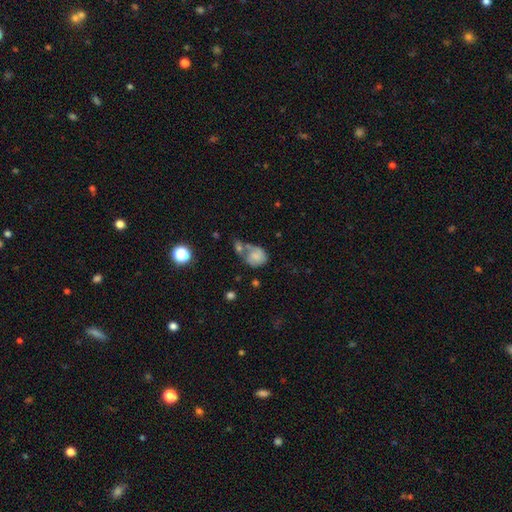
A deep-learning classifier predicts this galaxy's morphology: Overall: smooth (63%; featured or disk 27%). How rounded: round (61%; in between 37%). Merging: merger (43%; none 26%).